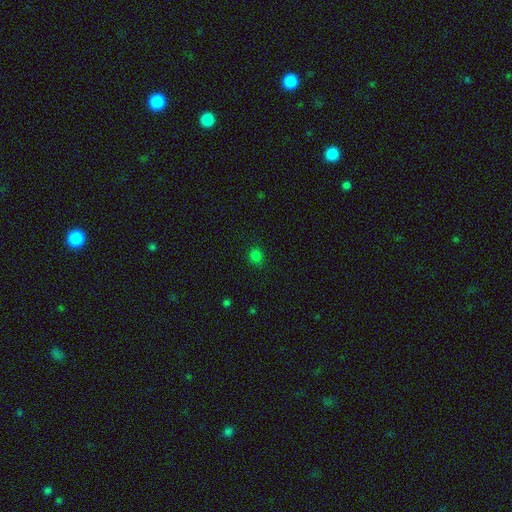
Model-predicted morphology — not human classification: Smooth or featured? Predicted: smooth (p=0.79). How rounded? Predicted: round (p=0.76). Merging? Predicted: none (p=0.86).